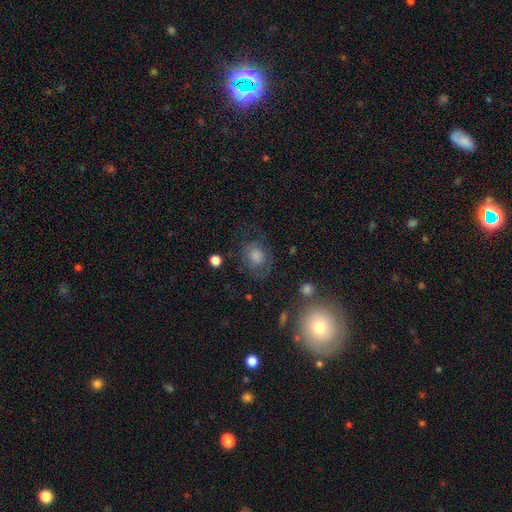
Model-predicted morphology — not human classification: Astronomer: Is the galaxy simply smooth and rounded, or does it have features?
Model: smooth — 53% (runner-up: featured or disk, 30%).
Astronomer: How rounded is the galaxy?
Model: round — 61% (runner-up: in between, 38%).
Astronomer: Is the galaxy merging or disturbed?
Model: none — 67%.